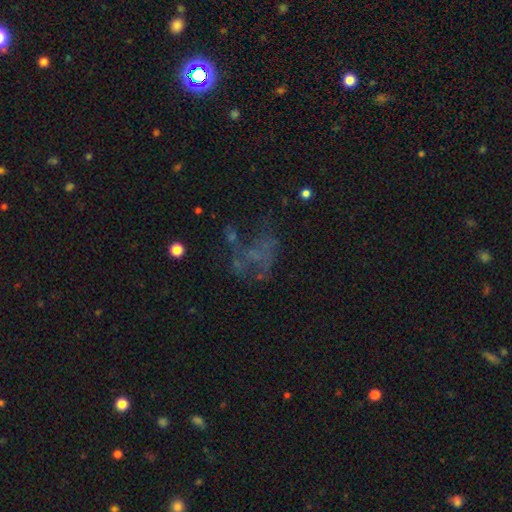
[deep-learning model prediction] smooth_or_featured: featured or disk (p=0.44) [alt: star or artifact p=0.30]
merging: none (p=0.39) [alt: major disturbance p=0.35]